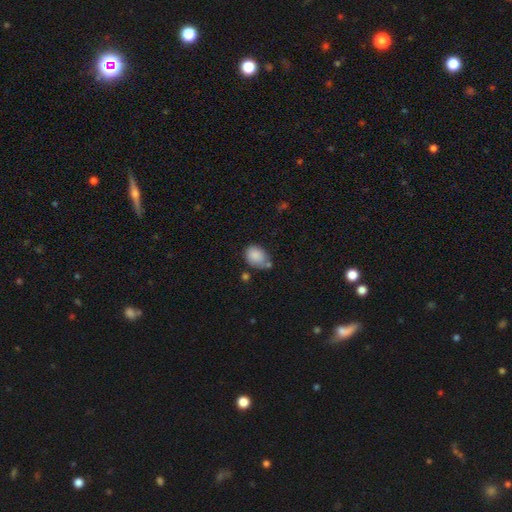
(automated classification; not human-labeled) Smooth or featured: smooth — 85% (star or artifact — 8%)
How rounded: in between — 70% (round — 29%)
Merging: none — 49% (minor disturbance — 28%)